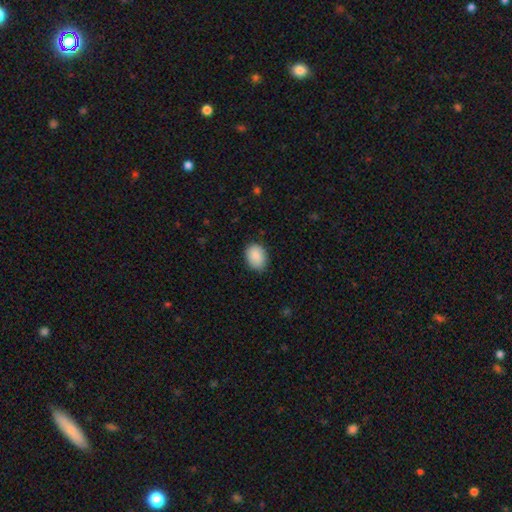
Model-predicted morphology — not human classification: A smooth galaxy with no disk features (90%) that is in between round and cigar-shaped (72%). Merging: none (83%).